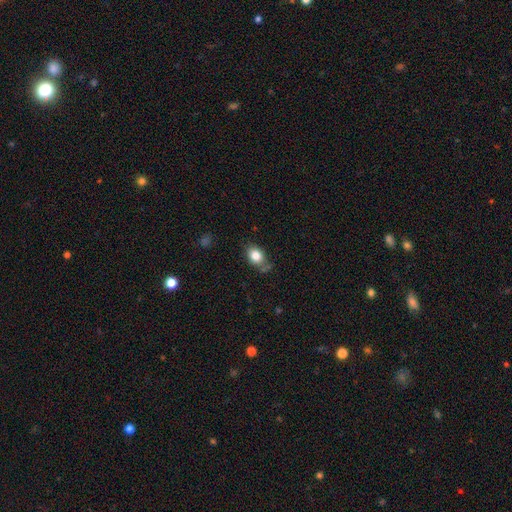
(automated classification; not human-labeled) smooth_or_featured: smooth (p=0.82) [alt: star or artifact p=0.09]
how_rounded: in between (p=0.65) [alt: round p=0.33]
merging: none (p=0.68) [alt: minor disturbance p=0.21]